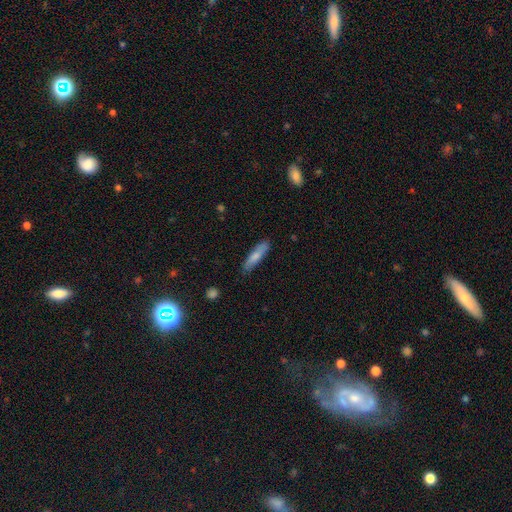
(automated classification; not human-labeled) Smooth or featured? Predicted: smooth (p=0.74). How rounded? Predicted: cigar-shaped (p=0.79). Merging? Predicted: none (p=0.82).